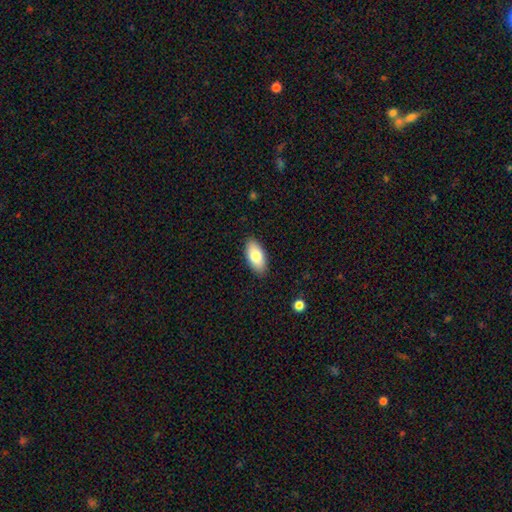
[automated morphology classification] Smooth or featured? smooth (80%)
How rounded? in between (92%)
Merging? none (89%)